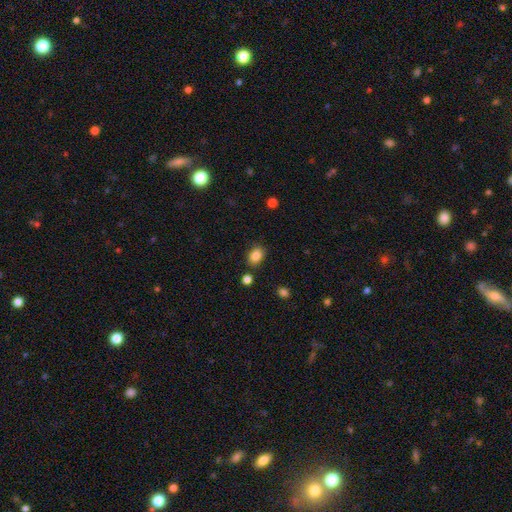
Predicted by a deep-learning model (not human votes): Smooth or featured: smooth — 85% (star or artifact — 10%)
How rounded: in between — 68% (round — 31%)
Merging: none — 80% (minor disturbance — 12%)